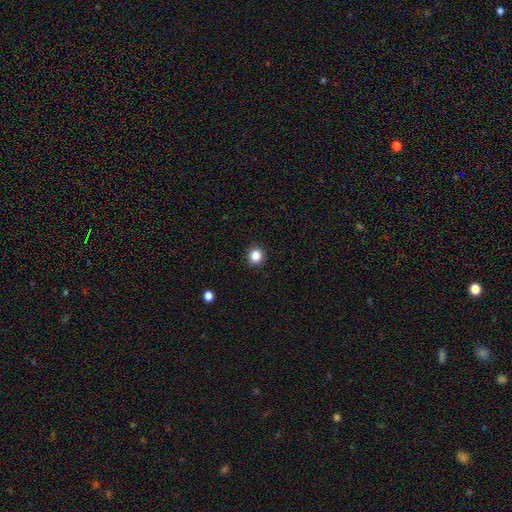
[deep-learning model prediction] This appears to be a smooth galaxy with no disk features (86%) that is round (90%). Merging: none (92%).